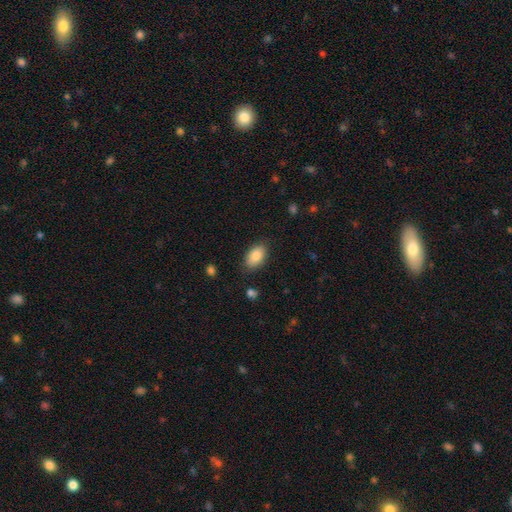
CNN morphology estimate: A smooth galaxy with no disk features (86%) that is in between round and cigar-shaped (91%).

Vote fractions:
- Smooth or featured? smooth: 86% / featured or disk: 7% / star or artifact: 7%
- How rounded? in between: 91% / round: 7% / cigar-shaped: 2%
- Merging? none: 84% / minor disturbance: 12% / major disturbance: 3% / merger: 1%